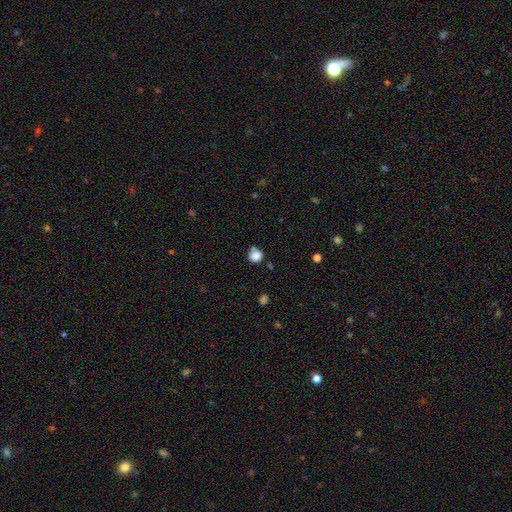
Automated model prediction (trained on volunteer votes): Morphology: type=smooth (83%); roundness=round (87%); merging=none (64%).